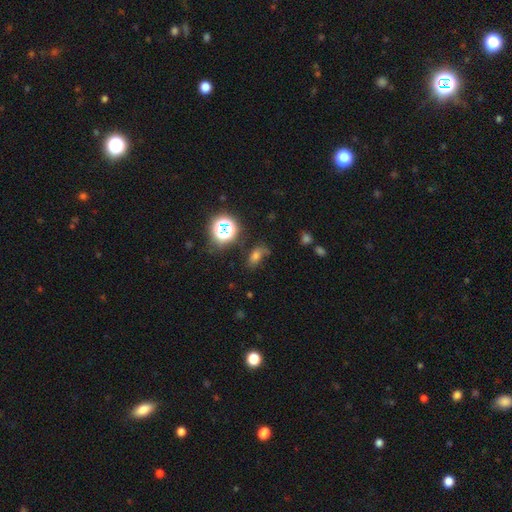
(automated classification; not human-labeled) Morphology: type=smooth (60%); roundness=in between (77%); merging=none (60%).